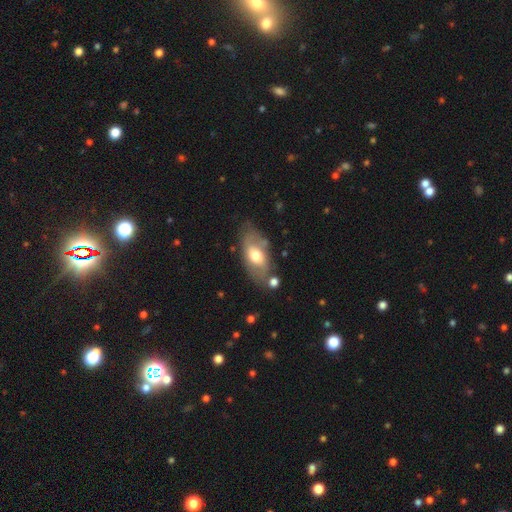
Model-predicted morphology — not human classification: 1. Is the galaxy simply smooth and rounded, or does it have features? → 52% smooth, 41% featured or disk, 6% star or artifact.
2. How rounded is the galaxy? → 89% in between, 6% cigar-shaped, 5% round.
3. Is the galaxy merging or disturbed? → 67% none, 19% minor disturbance, 7% merger, 7% major disturbance.